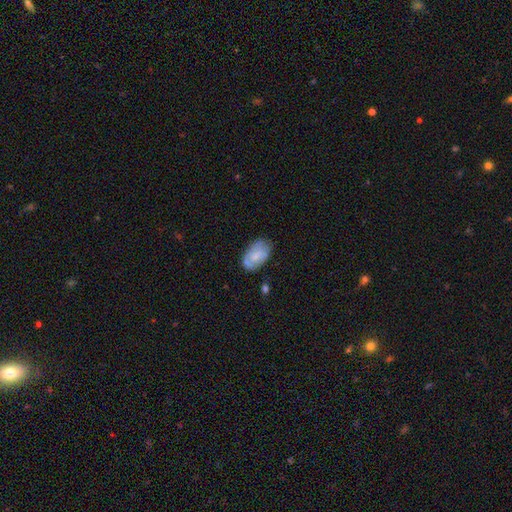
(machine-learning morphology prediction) Smooth or featured? smooth (62%)
How rounded? in between (92%)
Merging? none (64%)